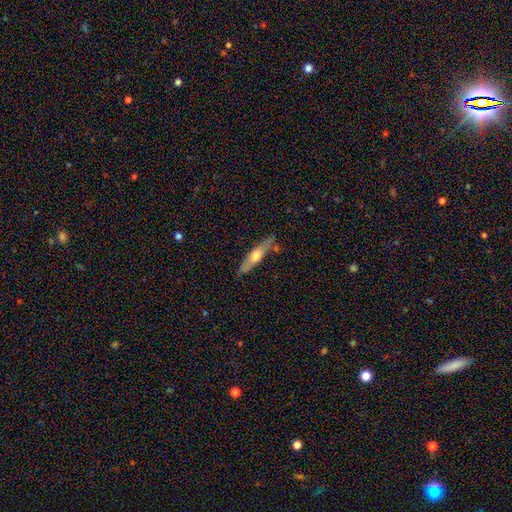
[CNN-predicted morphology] smooth-or-featured: smooth: 48% | featured or disk: 47% | star or artifact: 5%
  merging: none: 79% | minor disturbance: 14% | merger: 4% | major disturbance: 3%